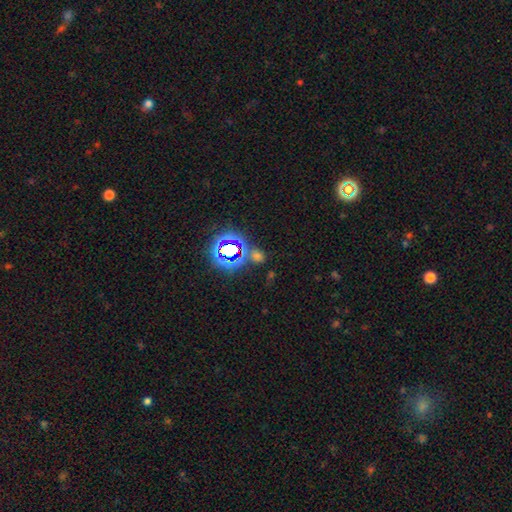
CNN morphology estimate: Smooth or featured?
  - star or artifact: 56% *
  - smooth: 36%
  - featured or disk: 8%